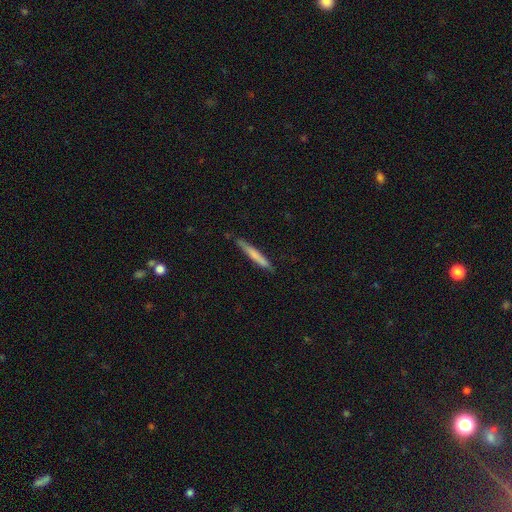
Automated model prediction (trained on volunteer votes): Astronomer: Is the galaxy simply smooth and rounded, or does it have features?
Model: smooth — 66%.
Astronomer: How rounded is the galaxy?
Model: cigar-shaped — 96%.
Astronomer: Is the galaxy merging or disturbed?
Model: none — 83%.